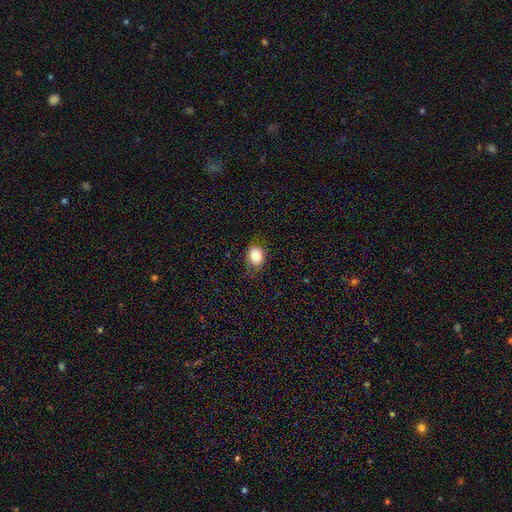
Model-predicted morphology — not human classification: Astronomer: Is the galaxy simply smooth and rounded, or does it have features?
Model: smooth — 81%.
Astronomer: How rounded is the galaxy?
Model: in between — 56% (runner-up: round, 43%).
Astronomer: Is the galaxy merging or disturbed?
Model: none — 78%.